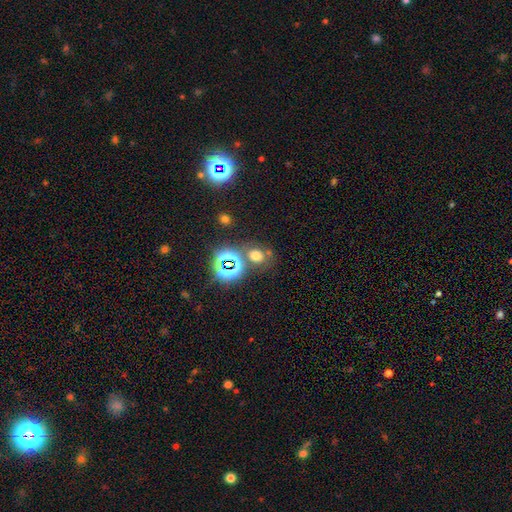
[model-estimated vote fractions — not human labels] Smooth or featured?
  - smooth: 56% *
  - star or artifact: 34%
  - featured or disk: 10%
How rounded?
  - round: 60% *
  - in between: 39%
  - cigar-shaped: 1%
Merging?
  - none: 65% *
  - merger: 18%
  - minor disturbance: 11%
  - major disturbance: 6%